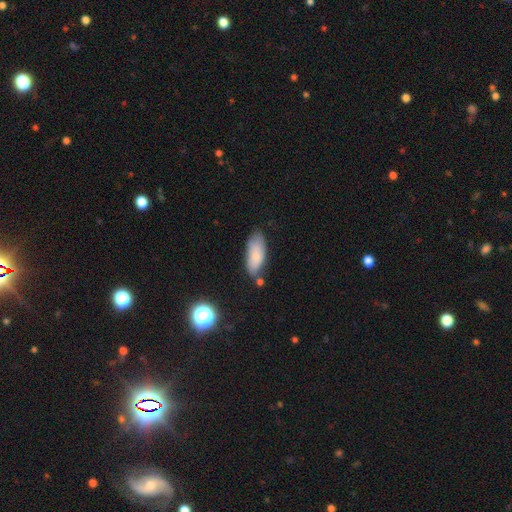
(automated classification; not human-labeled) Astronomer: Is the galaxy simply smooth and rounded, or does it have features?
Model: smooth — 79%.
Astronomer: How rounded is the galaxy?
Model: in between — 79%.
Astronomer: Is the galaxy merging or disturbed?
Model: none — 63%.